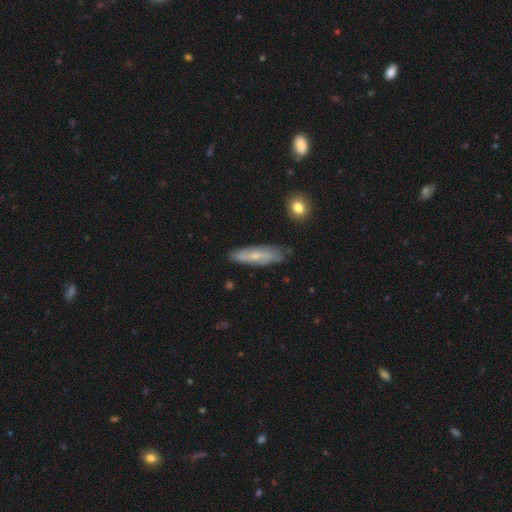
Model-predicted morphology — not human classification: A featured or disk galaxy (54%).

Vote fractions:
- Smooth or featured? featured or disk: 54% / smooth: 39% / star or artifact: 7%
- Edge-on disk? no: 65% / yes: 35%
- Merging? none: 75% / minor disturbance: 19% / major disturbance: 4% / merger: 2%